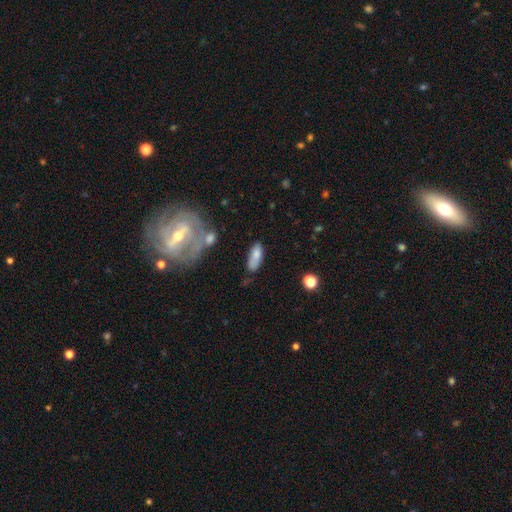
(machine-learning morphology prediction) Q: Smooth or featured?
A: smooth (77%); runner-up: featured or disk (15%)
Q: How rounded?
A: in between (76%); runner-up: cigar-shaped (21%)
Q: Merging?
A: none (58%); runner-up: minor disturbance (24%)